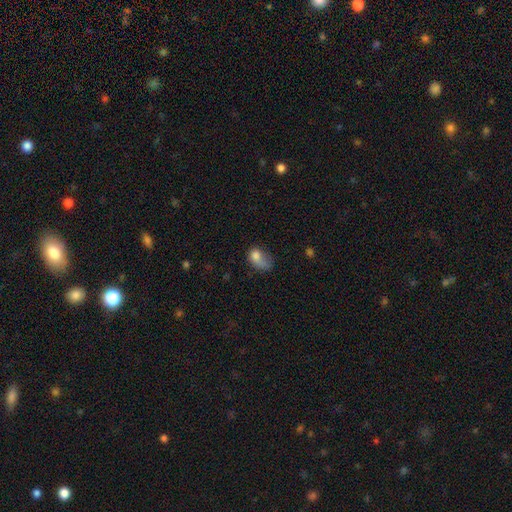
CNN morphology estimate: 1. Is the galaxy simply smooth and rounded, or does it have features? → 73% smooth, 17% featured or disk, 10% star or artifact.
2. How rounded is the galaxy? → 73% in between, 25% round, 2% cigar-shaped.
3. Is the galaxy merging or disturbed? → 39% major disturbance, 26% minor disturbance, 23% none, 12% merger.